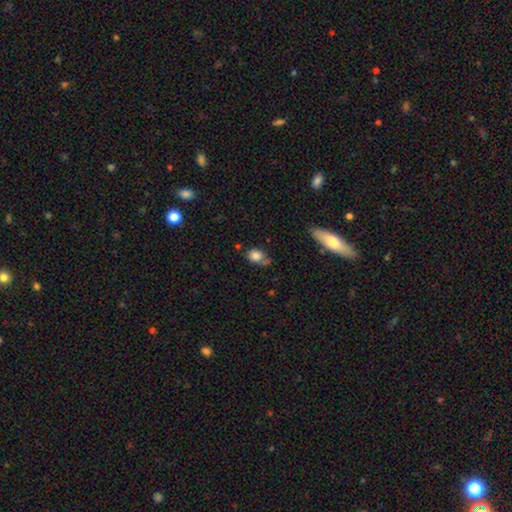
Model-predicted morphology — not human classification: This appears to be a smooth galaxy with no disk features (82%) that is in between round and cigar-shaped (52%). Merging: none (51%).